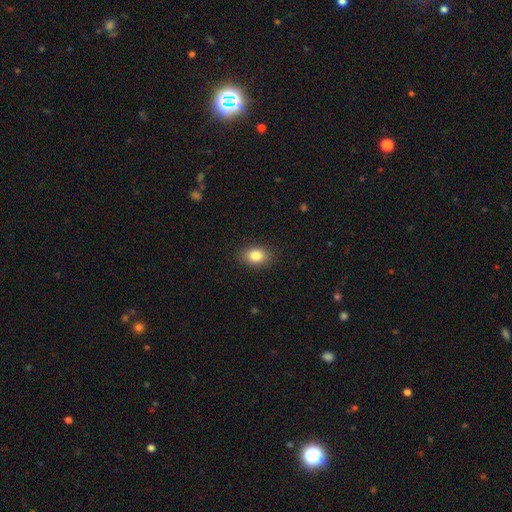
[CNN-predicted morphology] A smooth galaxy with no disk features (84%) that is in between round and cigar-shaped (73%).

Vote fractions:
- Smooth or featured? smooth: 84% / star or artifact: 9% / featured or disk: 7%
- How rounded? in between: 73% / round: 26% / cigar-shaped: 1%
- Merging? none: 88% / minor disturbance: 8% / major disturbance: 2% / merger: 1%